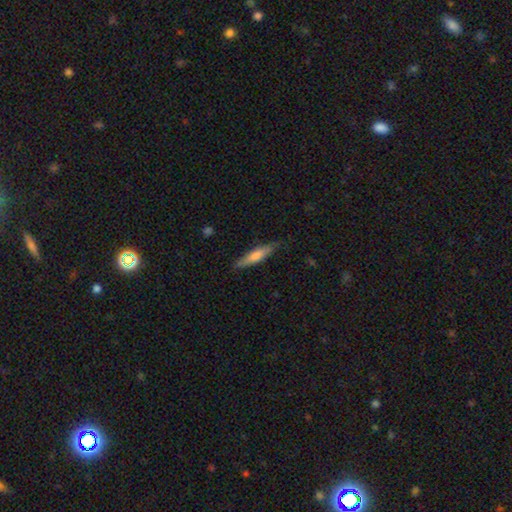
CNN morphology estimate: Q: Smooth or featured?
A: smooth (59%); runner-up: featured or disk (36%)
Q: How rounded?
A: cigar-shaped (86%); runner-up: in between (12%)
Q: Merging?
A: none (83%); runner-up: minor disturbance (13%)